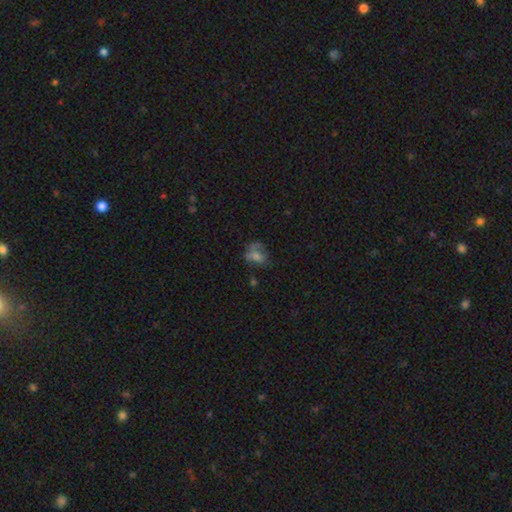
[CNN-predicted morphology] Smooth or featured? Predicted: smooth (p=0.53). How rounded? Predicted: in between (p=0.58). Merging? Predicted: none (p=0.40).